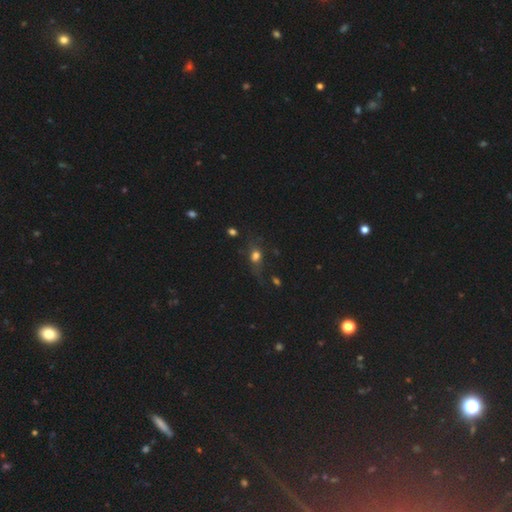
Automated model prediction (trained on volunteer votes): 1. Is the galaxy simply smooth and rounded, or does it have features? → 62% smooth, 20% star or artifact, 18% featured or disk.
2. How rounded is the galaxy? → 52% in between, 39% round, 10% cigar-shaped.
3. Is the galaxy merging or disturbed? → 56% none, 21% minor disturbance, 17% major disturbance, 6% merger.